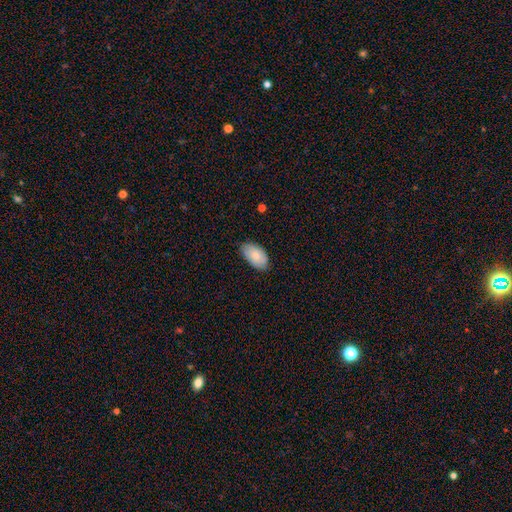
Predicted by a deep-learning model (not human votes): Smooth or featured?
  - smooth: 79% *
  - featured or disk: 15%
  - star or artifact: 6%
How rounded?
  - in between: 95% *
  - round: 3%
  - cigar-shaped: 2%
Merging?
  - none: 78% *
  - minor disturbance: 18%
  - major disturbance: 3%
  - merger: 1%